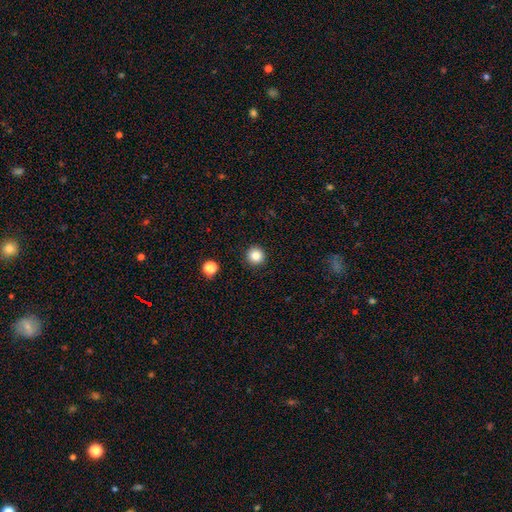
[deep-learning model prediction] A smooth galaxy with no disk features (85%) that is round (95%).

Vote fractions:
- Smooth or featured? smooth: 85% / star or artifact: 11% / featured or disk: 4%
- How rounded? round: 95% / in between: 4% / cigar-shaped: 1%
- Merging? none: 93% / minor disturbance: 4% / major disturbance: 2% / merger: 1%